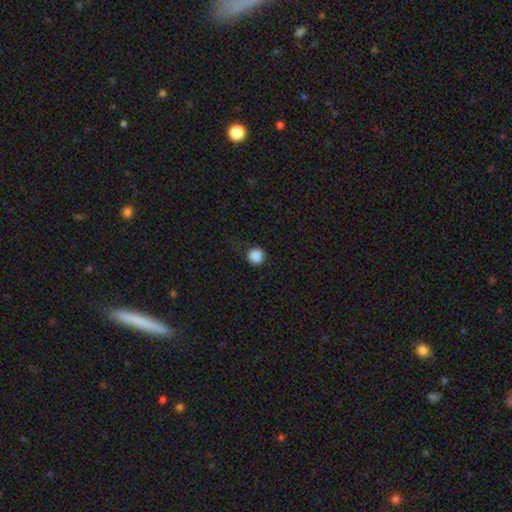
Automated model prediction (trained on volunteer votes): Smooth or featured?
  - smooth: 88% *
  - star or artifact: 10%
  - featured or disk: 3%
How rounded?
  - round: 94% *
  - in between: 5%
  - cigar-shaped: 1%
Merging?
  - none: 84% *
  - minor disturbance: 11%
  - major disturbance: 4%
  - merger: 1%